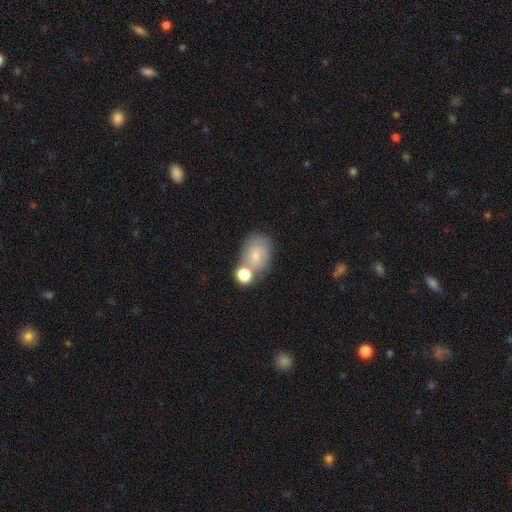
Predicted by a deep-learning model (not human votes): This appears to be a smooth galaxy with no disk features (66%) that is in between round and cigar-shaped (75%). Merging: none (44%).